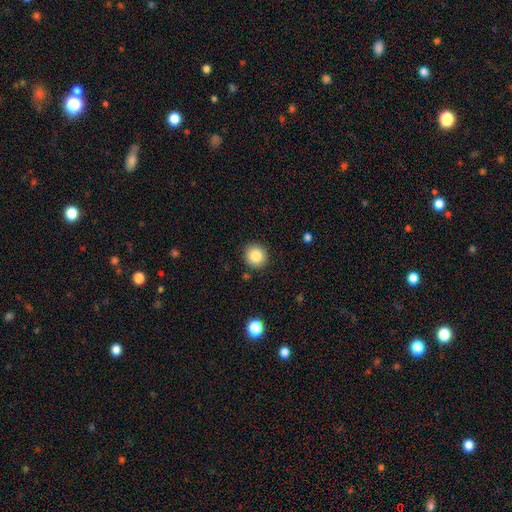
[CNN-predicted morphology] smooth_or_featured: smooth (p=0.84) [alt: star or artifact p=0.10]
how_rounded: round (p=0.92) [alt: in between p=0.07]
merging: none (p=0.90) [alt: minor disturbance p=0.07]